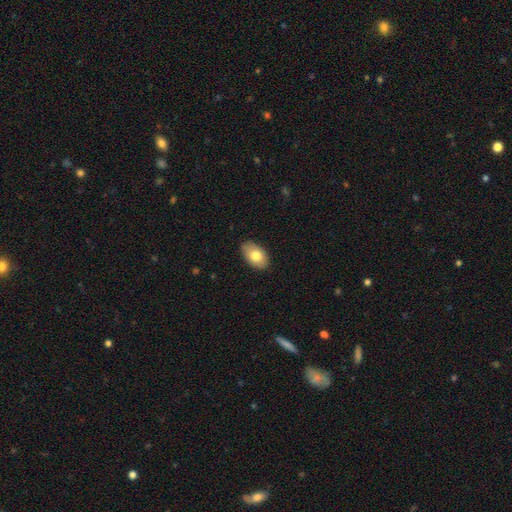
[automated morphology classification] Smooth or featured? Predicted: smooth (p=0.76). How rounded? Predicted: in between (p=0.92). Merging? Predicted: none (p=0.87).